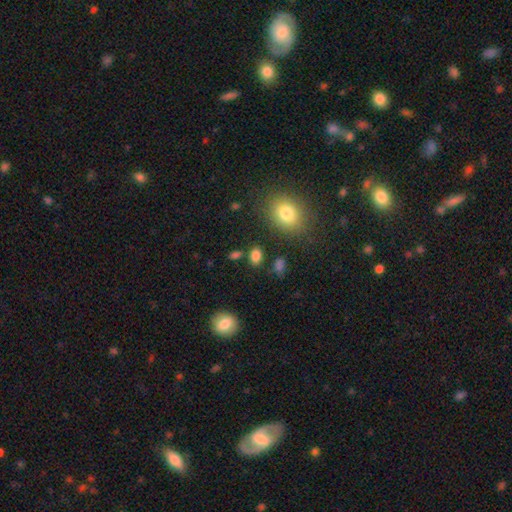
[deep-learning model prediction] Smooth or featured: smooth — 82% (star or artifact — 13%)
How rounded: in between — 79% (round — 19%)
Merging: none — 80% (minor disturbance — 10%)